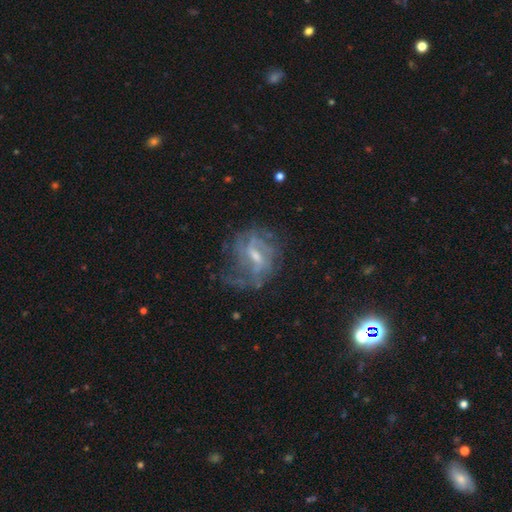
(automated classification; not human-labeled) featured or disk 78%, smooth 13%, star or artifact 9%. Down the decision tree: edge-on disk — no (96%); bar — weak (56%); spiral arms — yes (82%); spiral arm count — can't tell (40%); spiral winding — medium (42%); bulge size — small (45%); merging — none (51%).